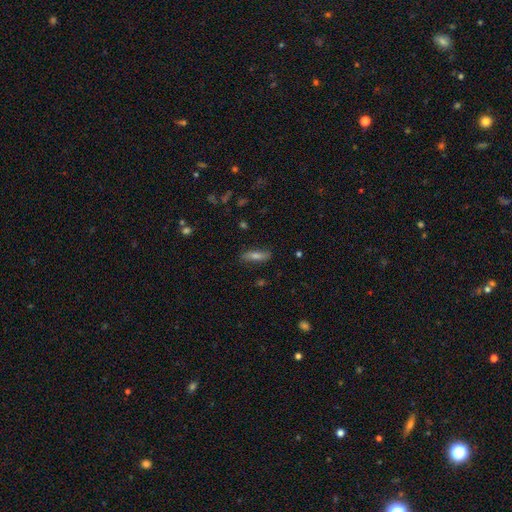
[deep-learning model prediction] smooth 61%, featured or disk 27%, star or artifact 12%. Down the decision tree: how rounded — cigar-shaped (62%); merging — none (84%).